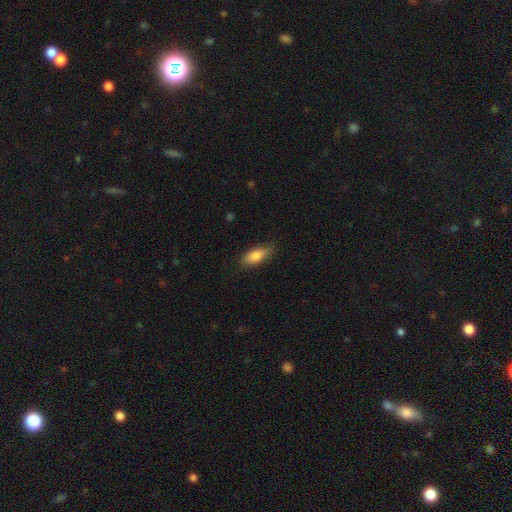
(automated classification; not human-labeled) Q: Smooth or featured?
A: smooth (81%); runner-up: featured or disk (12%)
Q: How rounded?
A: in between (81%); runner-up: cigar-shaped (17%)
Q: Merging?
A: none (81%); runner-up: minor disturbance (15%)